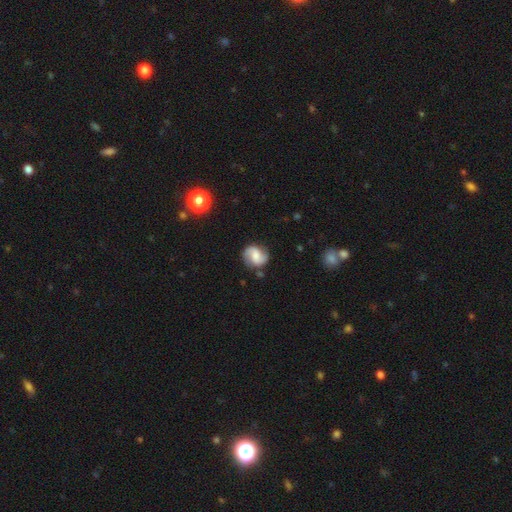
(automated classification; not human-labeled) A featured or disk galaxy (66%) with a weak bar (45%), 2 (89%) medium (43%) spiral arms (93%) and a moderate central bulge (43%).

Vote fractions:
- Smooth or featured? featured or disk: 66% / smooth: 27% / star or artifact: 8%
- Edge-on disk? no: 98% / yes: 2%
- Bar? weak: 45% / no: 41% / strong: 14%
- Spiral arms? yes: 93% / no: 7%
- Spiral winding? medium: 43% / loose: 37% / tight: 20%
- Spiral arm count? 2: 89% / can't tell: 5% / 1: 3% / 3: 1% / 4: 1% / more than 4: 1%
- Bulge size? moderate: 43% / small: 31% / none: 14% / large: 11% / dominant: 2%
- Merging? none: 78% / minor disturbance: 15% / major disturbance: 5% / merger: 3%